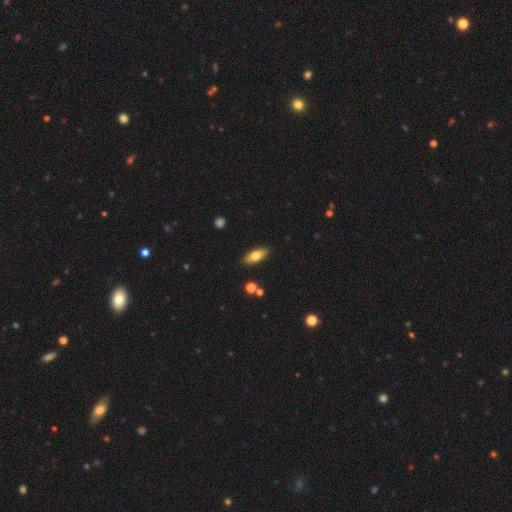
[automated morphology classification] smooth-or-featured: smooth: 73% | featured or disk: 20% | star or artifact: 7%
  how-rounded: in between: 81% | cigar-shaped: 16% | round: 3%
  merging: none: 87% | minor disturbance: 9% | merger: 2% | major disturbance: 2%